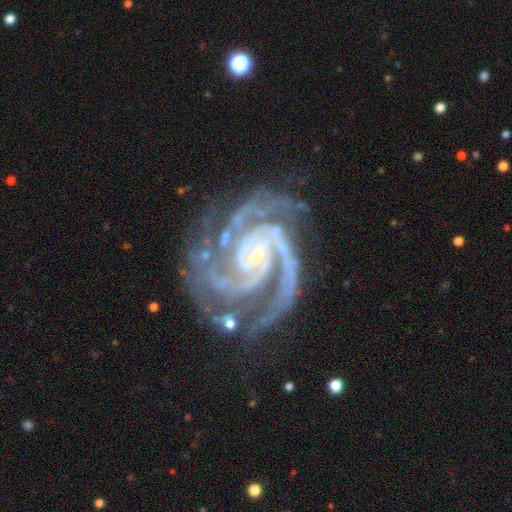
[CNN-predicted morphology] Smooth or featured? Predicted: featured or disk (p=0.93). Edge-on disk? Predicted: no (p=0.98). Bar? Predicted: no (p=0.52). Spiral arms? Predicted: yes (p=0.99). Spiral winding? Predicted: tight (p=0.66). Spiral arm count? Predicted: 2 (p=0.36). Bulge size? Predicted: small (p=0.84). Merging? Predicted: none (p=0.67).